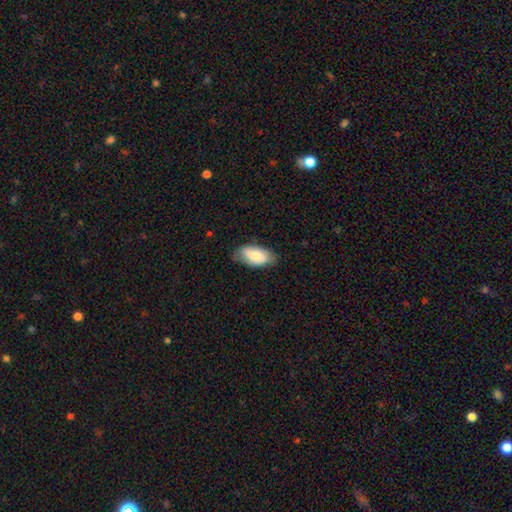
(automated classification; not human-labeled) smooth 68%, featured or disk 26%, star or artifact 6%. Down the decision tree: how rounded — in between (93%); merging — none (72%).